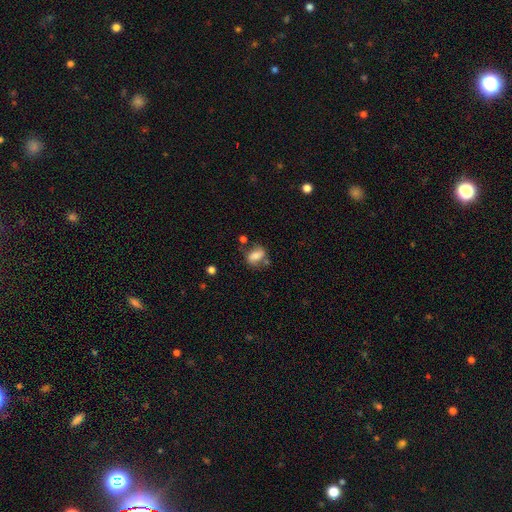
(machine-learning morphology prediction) A smooth galaxy with no disk features (70%) that is in between round and cigar-shaped (77%). Merging: none (52%).